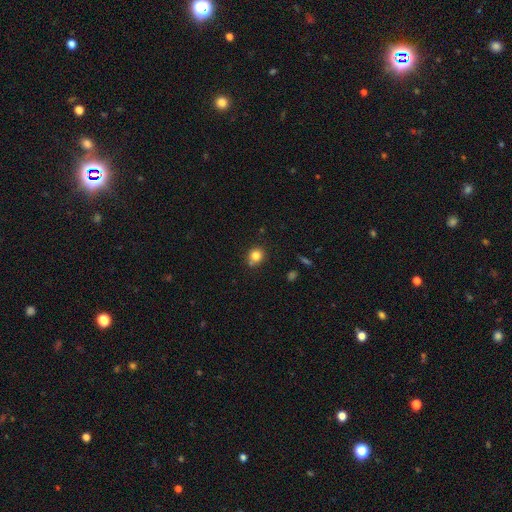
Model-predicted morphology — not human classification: Q: Smooth or featured?
A: smooth (80%); runner-up: star or artifact (12%)
Q: How rounded?
A: round (83%); runner-up: in between (16%)
Q: Merging?
A: none (72%); runner-up: minor disturbance (13%)